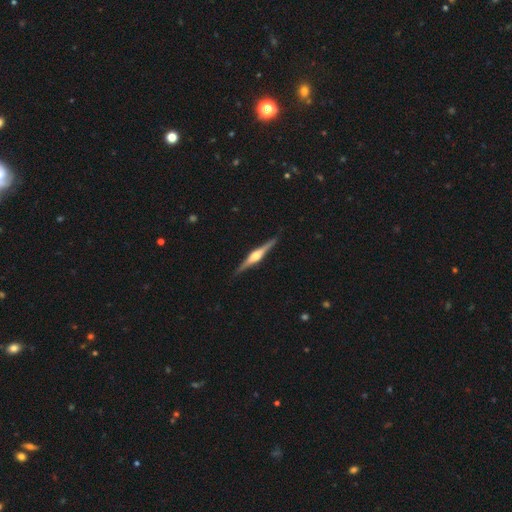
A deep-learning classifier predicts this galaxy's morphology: Smooth or featured?
  - featured or disk: 83% *
  - smooth: 13%
  - star or artifact: 5%
Edge-on disk?
  - yes: 98% *
  - no: 2%
Edge-on bulge?
  - rounded: 91% *
  - boxy: 7%
  - none: 2%
Merging?
  - none: 91% *
  - minor disturbance: 7%
  - major disturbance: 1%
  - merger: 1%